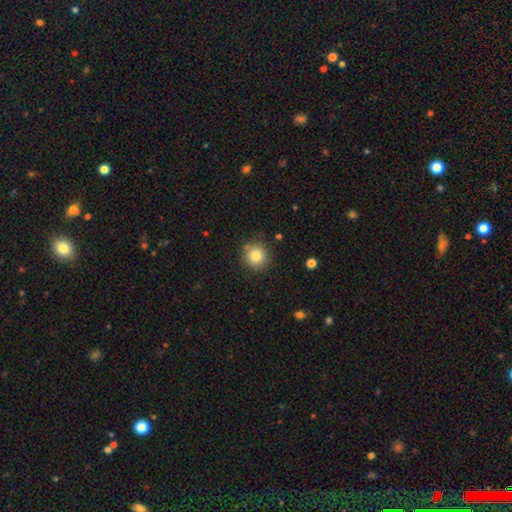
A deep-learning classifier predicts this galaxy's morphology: Smooth or featured? Predicted: smooth (p=0.82). How rounded? Predicted: round (p=0.92). Merging? Predicted: none (p=0.85).